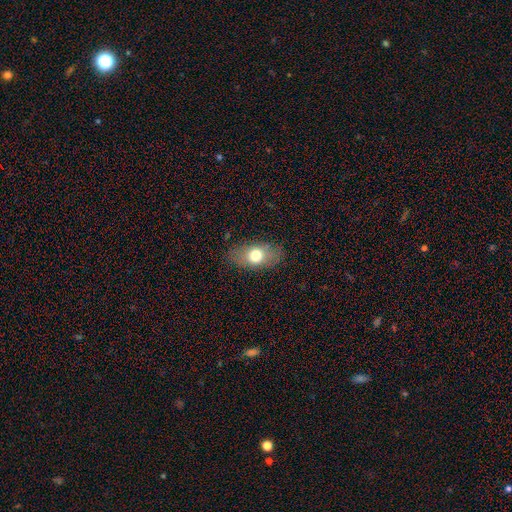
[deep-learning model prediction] This appears to be a smooth galaxy with no disk features (70%) that is in between round and cigar-shaped (85%). Merging: none (82%).